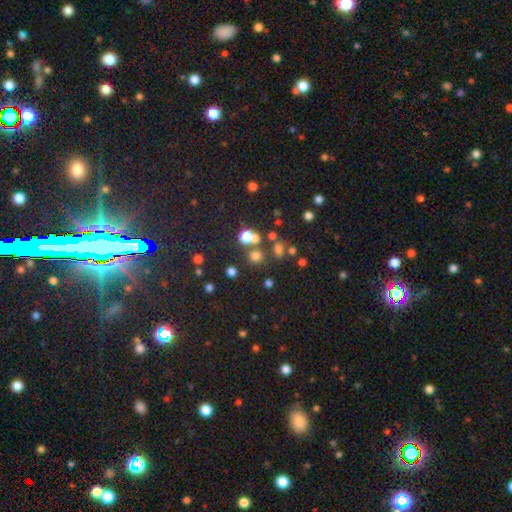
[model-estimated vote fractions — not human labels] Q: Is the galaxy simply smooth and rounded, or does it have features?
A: smooth — 67%.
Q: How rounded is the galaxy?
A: round — 85%.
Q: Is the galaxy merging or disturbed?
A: none — 67%.